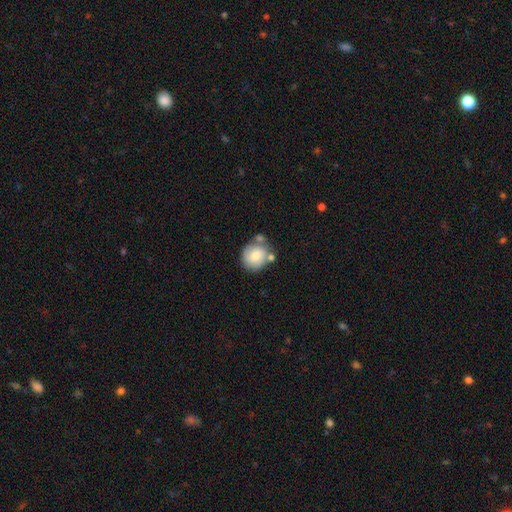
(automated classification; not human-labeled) This appears to be a smooth galaxy with no disk features (76%) that is round (77%). Merging: none (53%).